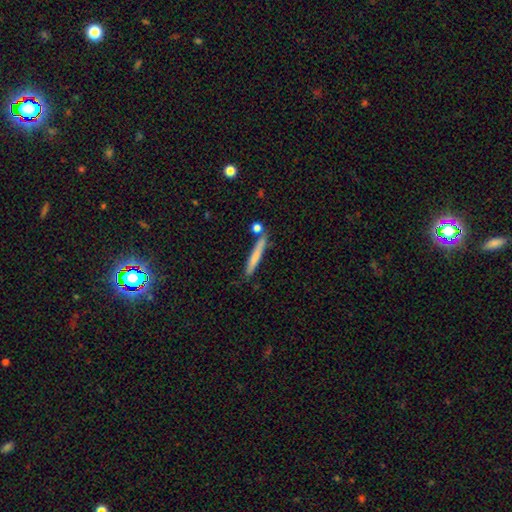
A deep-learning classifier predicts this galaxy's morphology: This is likely a smooth galaxy (68%). How rounded: clearly cigar-shaped (95%). Merging: likely none (78%).